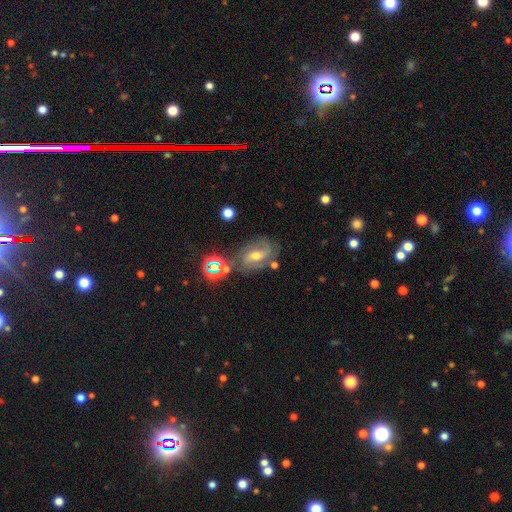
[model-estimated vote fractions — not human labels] Overall: featured or disk (65%). Edge-on disk: no (94%). Bar: weak (46%; strong 29%). Spiral arms: yes (88%). Spiral arm count: 2 (67%). Spiral winding: medium (47%; tight 32%). Bulge size: moderate (63%; small 31%). Merging: none (66%).